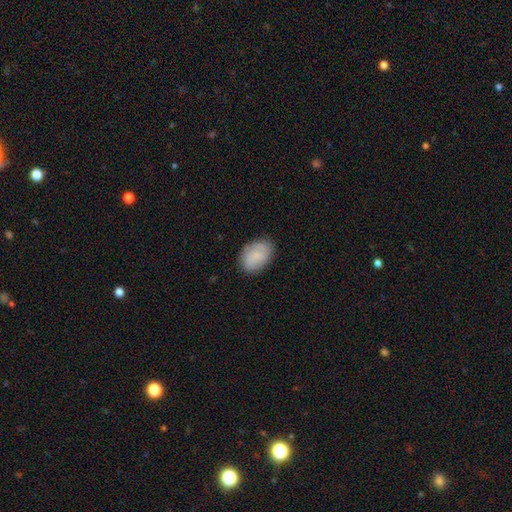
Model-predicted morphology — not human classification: This appears to be a smooth galaxy with no disk features (78%) that is in between round and cigar-shaped (84%). Merging: none (80%).